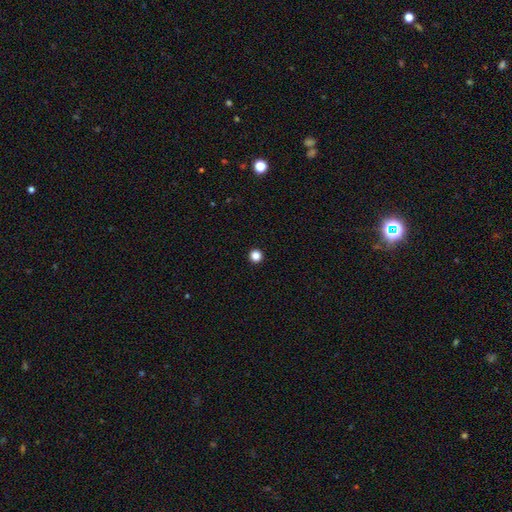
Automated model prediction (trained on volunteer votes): Smooth or featured? Predicted: smooth (p=0.85). How rounded? Predicted: round (p=0.96). Merging? Predicted: none (p=0.95).